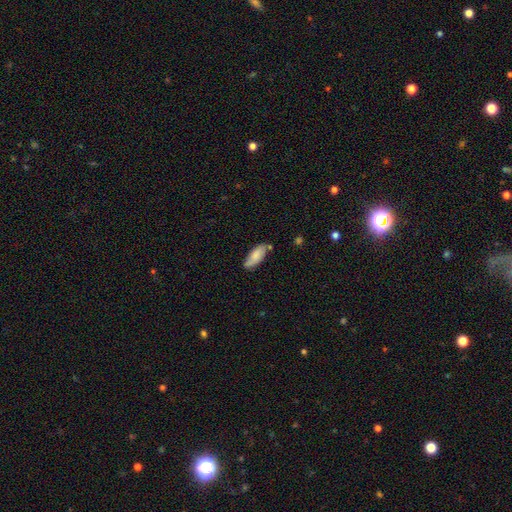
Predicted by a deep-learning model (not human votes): smooth-or-featured: smooth: 74% | featured or disk: 20% | star or artifact: 6%
  how-rounded: in between: 77% | cigar-shaped: 21% | round: 2%
  merging: none: 70% | minor disturbance: 21% | merger: 5% | major disturbance: 4%